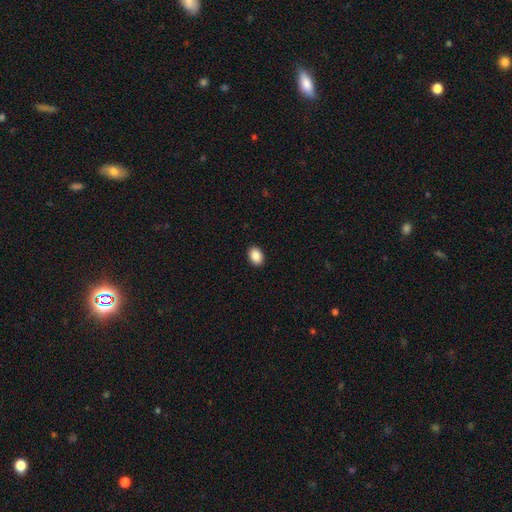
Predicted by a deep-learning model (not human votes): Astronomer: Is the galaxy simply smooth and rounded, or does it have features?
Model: smooth — 89%.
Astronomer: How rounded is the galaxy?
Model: in between — 74%.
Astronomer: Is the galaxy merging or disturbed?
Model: none — 92%.